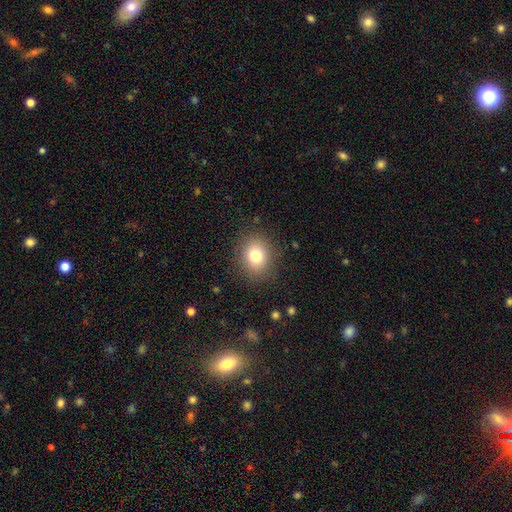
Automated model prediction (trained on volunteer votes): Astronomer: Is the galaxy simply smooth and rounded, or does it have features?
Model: smooth — 79%.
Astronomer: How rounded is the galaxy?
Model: round — 57% (runner-up: in between, 42%).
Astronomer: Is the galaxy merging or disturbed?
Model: none — 86%.